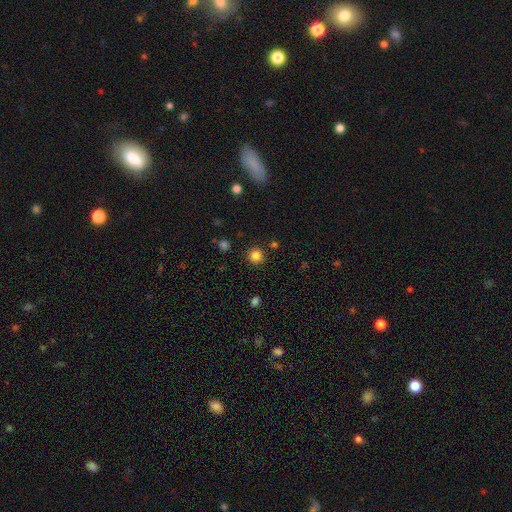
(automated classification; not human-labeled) Q: Smooth or featured?
A: smooth (84%); runner-up: star or artifact (13%)
Q: How rounded?
A: round (95%); runner-up: in between (4%)
Q: Merging?
A: none (90%); runner-up: minor disturbance (6%)